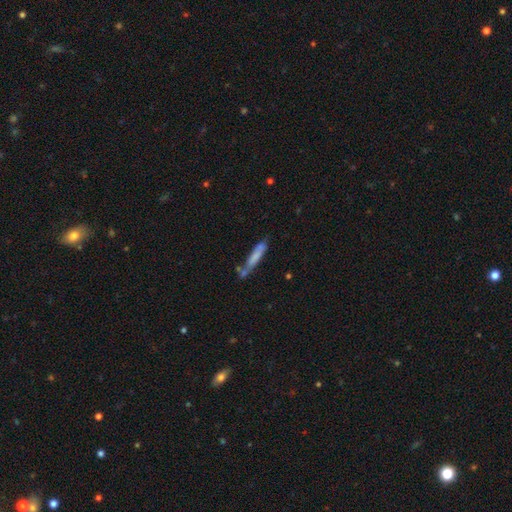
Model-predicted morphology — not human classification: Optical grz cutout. It shows a smooth galaxy with no disk features (63%) that is cigar-shaped (88%). Merging: none (51%).